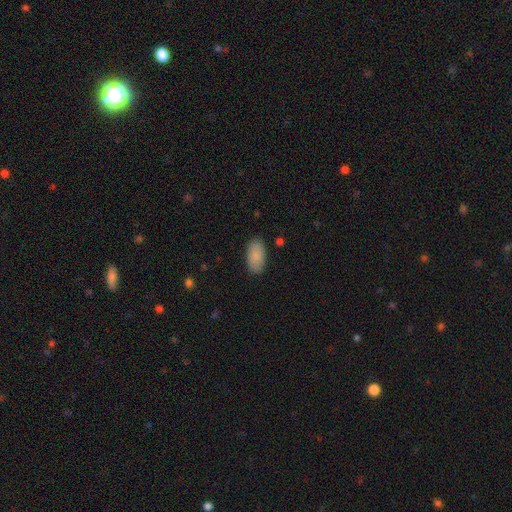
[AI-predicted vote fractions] Morphology: type=smooth (88%); roundness=in between (94%); merging=none (86%).